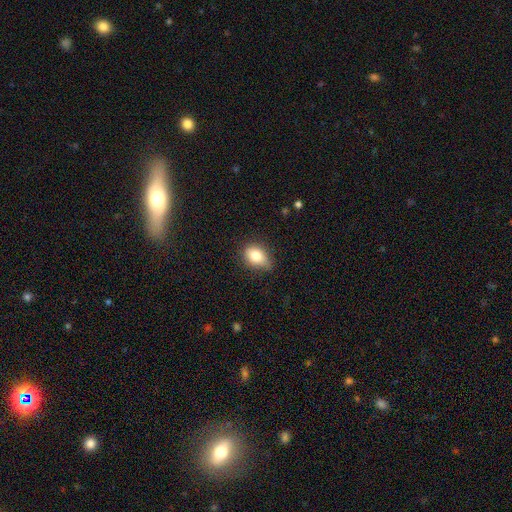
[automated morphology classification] Smooth or featured: smooth — 80% (featured or disk — 11%)
How rounded: in between — 73% (round — 25%)
Merging: none — 57% (minor disturbance — 35%)